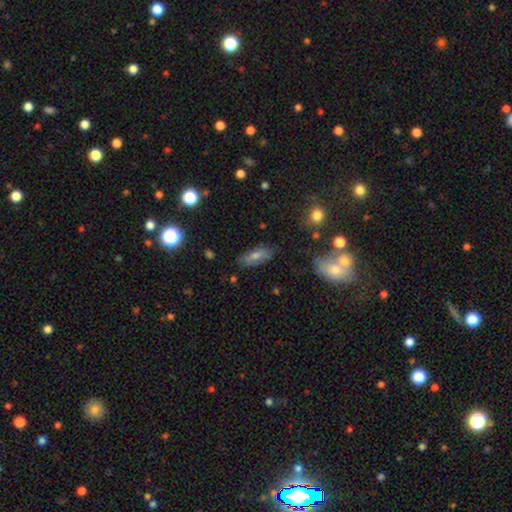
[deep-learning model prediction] Smooth or featured? Predicted: smooth (p=0.60). How rounded? Predicted: in between (p=0.76). Merging? Predicted: none (p=0.77).